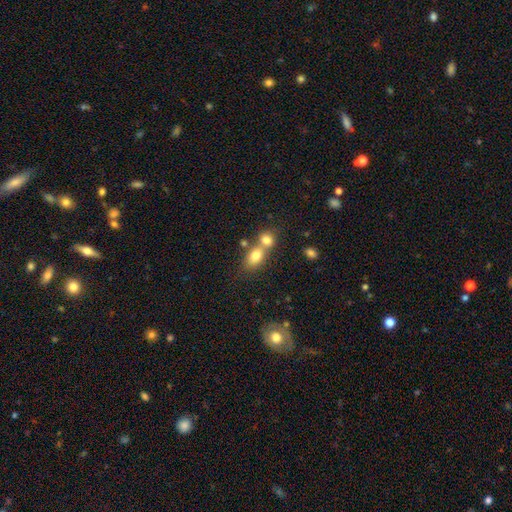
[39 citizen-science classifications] Smooth or featured?
  - smooth: 74% *
  - featured or disk: 15%
  - star or artifact: 10%
How rounded?
  - in between: 83% *
  - round: 14%
  - cigar-shaped: 3%
Merging?
  - merger: 57% *
  - none: 23%
  - minor disturbance: 14%
  - major disturbance: 6%